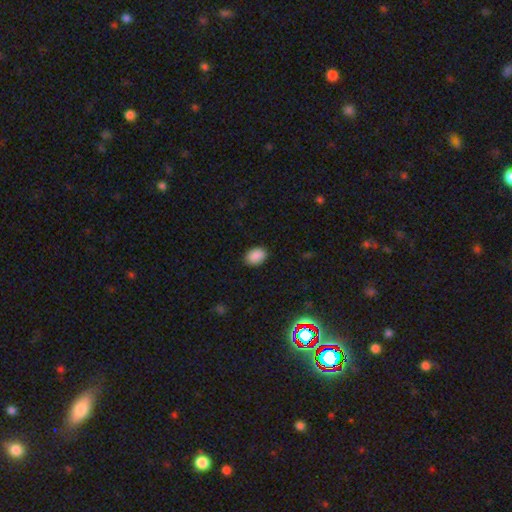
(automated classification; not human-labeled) This is clearly a smooth galaxy (90%). How rounded: clearly in between (81%). Merging: clearly none (88%).